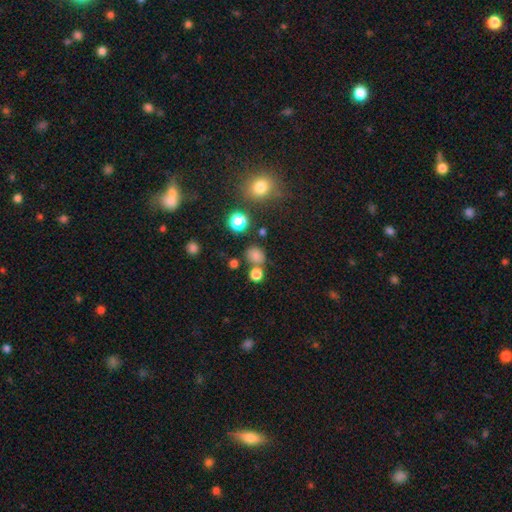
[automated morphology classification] Overall: smooth (74%). How rounded: round (65%; in between 34%). Merging: none (71%).